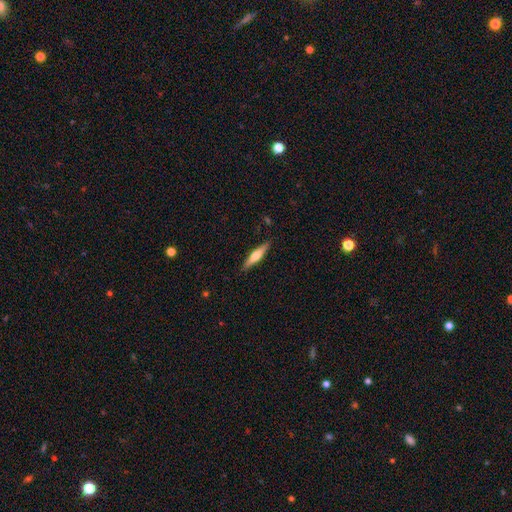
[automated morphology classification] type=featured or disk (52%); edge-on=yes (95%); merging=none (89%).